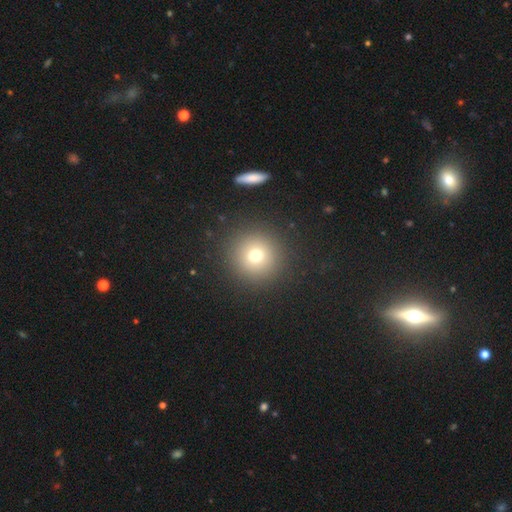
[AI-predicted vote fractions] smooth 72%, star or artifact 17%, featured or disk 11%. Down the decision tree: how rounded — round (95%); merging — none (90%).